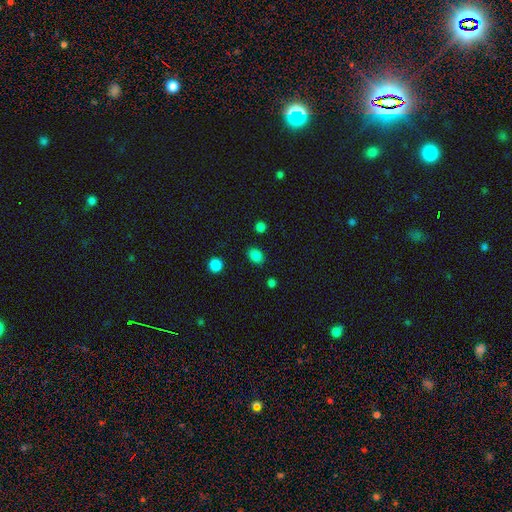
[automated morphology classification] Overall: smooth (84%). How rounded: in between (62%; round 37%). Merging: none (85%).